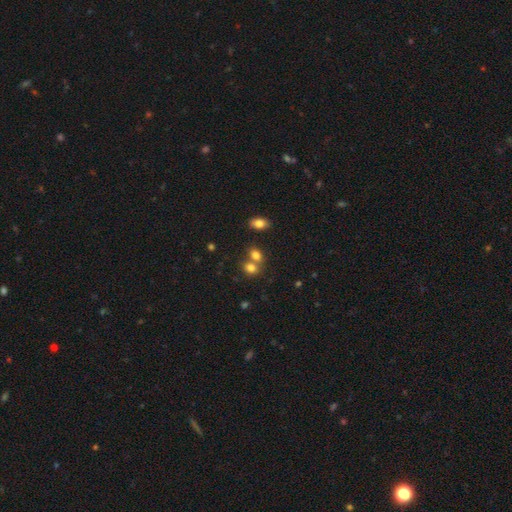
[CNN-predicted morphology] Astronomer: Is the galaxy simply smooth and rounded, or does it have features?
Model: smooth — 79%.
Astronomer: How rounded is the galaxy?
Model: in between — 59% (runner-up: round, 39%).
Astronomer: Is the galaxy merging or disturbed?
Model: merger — 45% (runner-up: none, 42%).